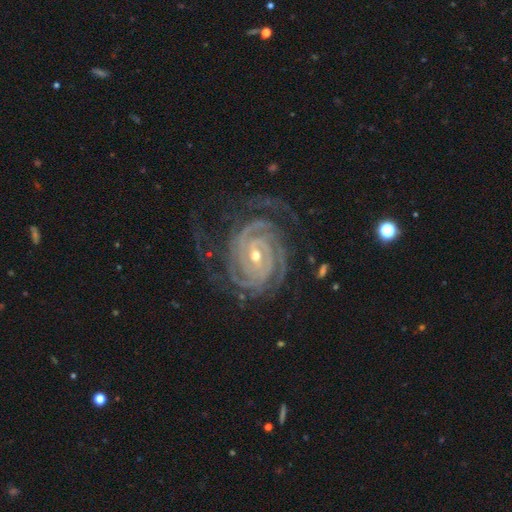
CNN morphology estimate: A featured or disk galaxy (93%) with a weak bar (40%), 3 (23%, tied with 4) tight (81%) spiral arms (99%) and a small central bulge (51%).

Vote fractions:
- Smooth or featured? featured or disk: 93% / star or artifact: 4% / smooth: 2%
- Edge-on disk? no: 97% / yes: 3%
- Bar? weak: 40% / no: 33% / strong: 27%
- Spiral arms? yes: 99% / no: 1%
- Spiral winding? tight: 81% / medium: 16% / loose: 3%
- Spiral arm count? 3: 23% (tied) / 4: 23% (tied) / 2: 20% / can't tell: 15% / more than 4: 11% / 1: 8%
- Bulge size? small: 51% / moderate: 46% / large: 1% / none: 1% / dominant: 1%
- Merging? none: 70% / minor disturbance: 17% / major disturbance: 12% / merger: 1%